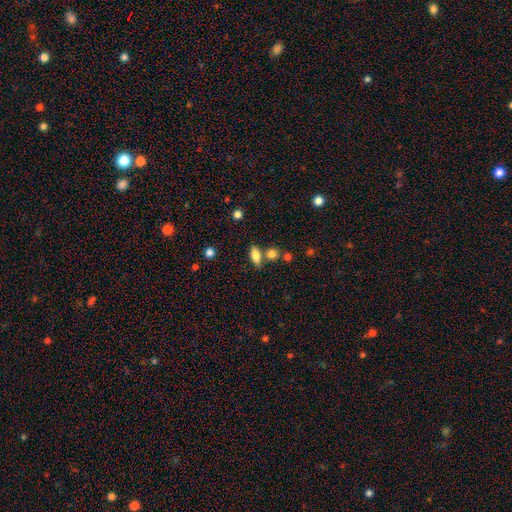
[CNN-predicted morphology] smooth_or_featured: smooth (p=0.76) [alt: featured or disk p=0.15]
how_rounded: in between (p=0.74) [alt: cigar-shaped p=0.20]
merging: none (p=0.67) [alt: merger p=0.17]